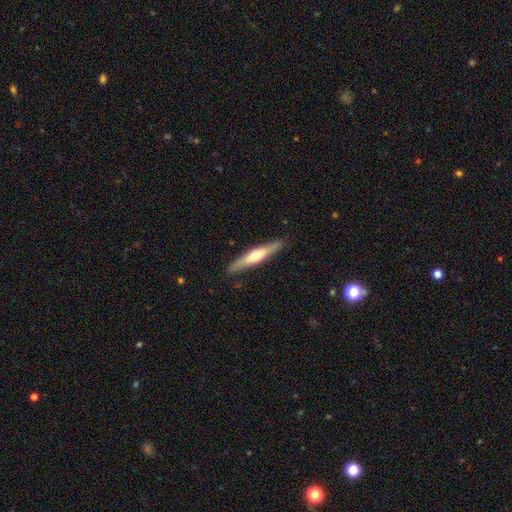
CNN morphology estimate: Smooth or featured?
  - featured or disk: 55% *
  - smooth: 40%
  - star or artifact: 5%
Edge-on disk?
  - yes: 92% *
  - no: 8%
Edge-on bulge?
  - rounded: 86% *
  - none: 9%
  - boxy: 5%
Merging?
  - none: 89% *
  - minor disturbance: 8%
  - major disturbance: 2%
  - merger: 1%